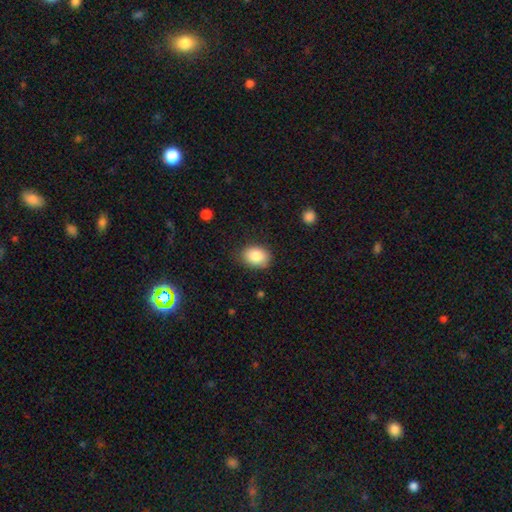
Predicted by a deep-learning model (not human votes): Smooth or featured? smooth (87%)
How rounded? in between (71%)
Merging? none (80%)